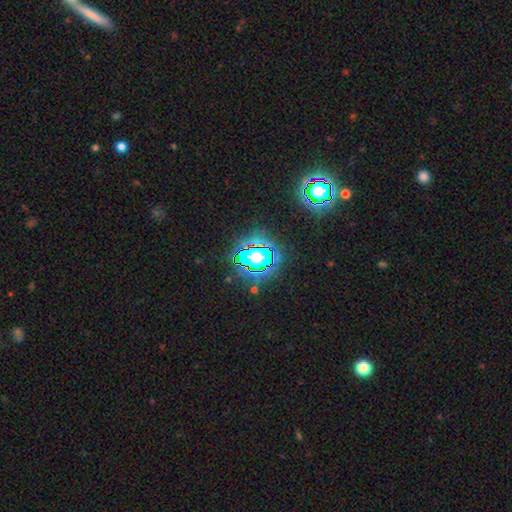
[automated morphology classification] A star or artifact, not a galaxy (71%).